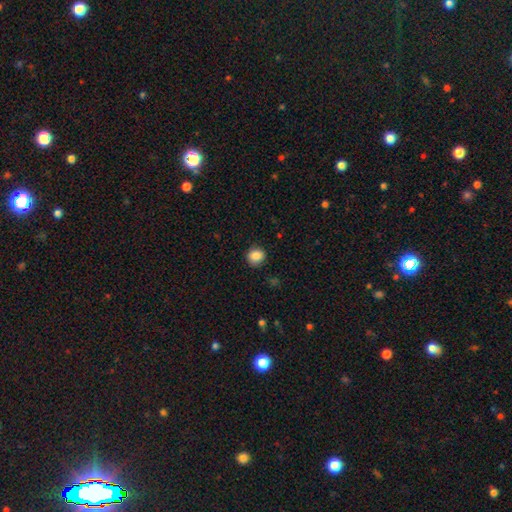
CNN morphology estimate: Smooth or featured? Predicted: smooth (p=0.87). How rounded? Predicted: round (p=0.83). Merging? Predicted: none (p=0.86).